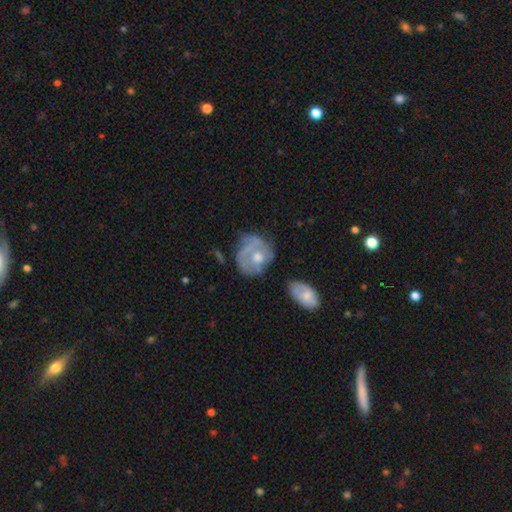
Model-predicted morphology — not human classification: A featured or disk galaxy (53%) with no bar (84%), no spiral arms (59%) and a moderate central bulge (66%). Merging: none (42%).